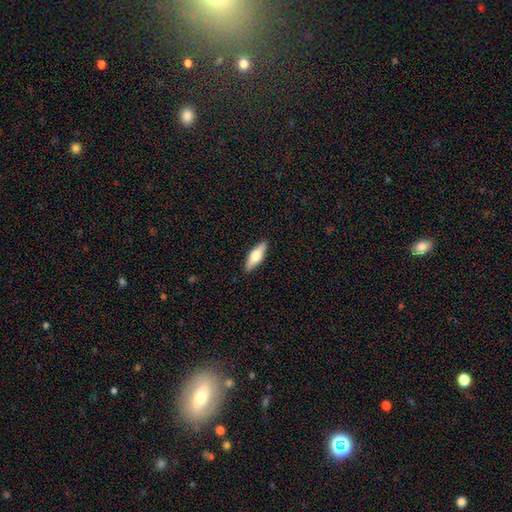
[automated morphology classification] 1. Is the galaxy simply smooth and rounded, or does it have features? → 58% smooth, 37% featured or disk, 6% star or artifact.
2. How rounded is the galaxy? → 53% in between, 45% cigar-shaped, 2% round.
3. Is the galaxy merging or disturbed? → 89% none, 8% minor disturbance, 2% major disturbance, 1% merger.